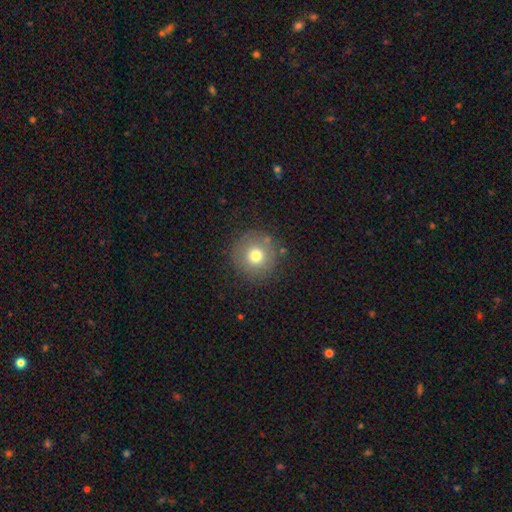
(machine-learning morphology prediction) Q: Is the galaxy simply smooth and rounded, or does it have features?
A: smooth — 73%.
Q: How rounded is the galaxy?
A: round — 95%.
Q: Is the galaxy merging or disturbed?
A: none — 85%.